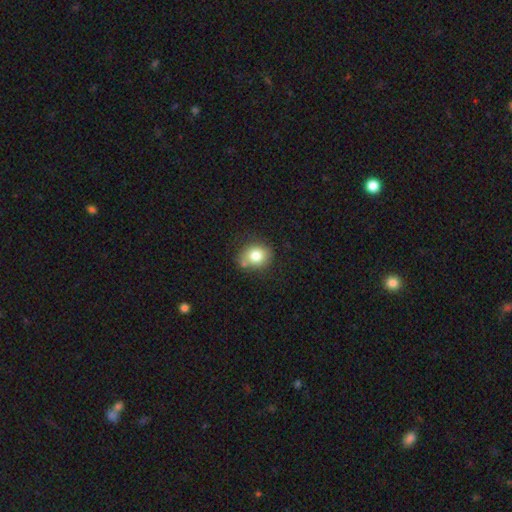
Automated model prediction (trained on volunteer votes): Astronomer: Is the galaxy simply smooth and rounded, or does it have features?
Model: smooth — 79%.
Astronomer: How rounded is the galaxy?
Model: round — 60% (runner-up: in between, 40%).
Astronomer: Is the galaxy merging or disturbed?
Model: none — 68%.